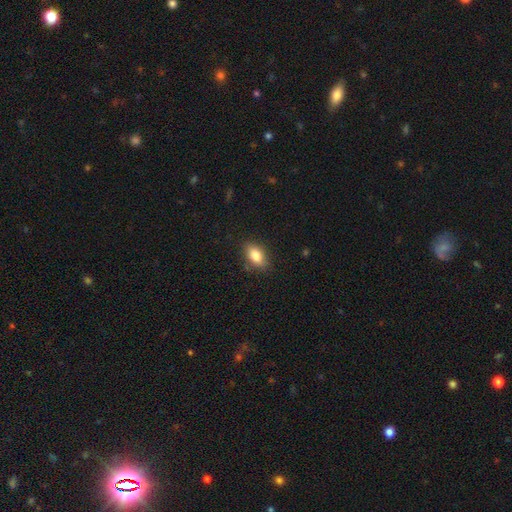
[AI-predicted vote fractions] Morphology: type=smooth (82%); roundness=in between (87%); merging=none (83%).